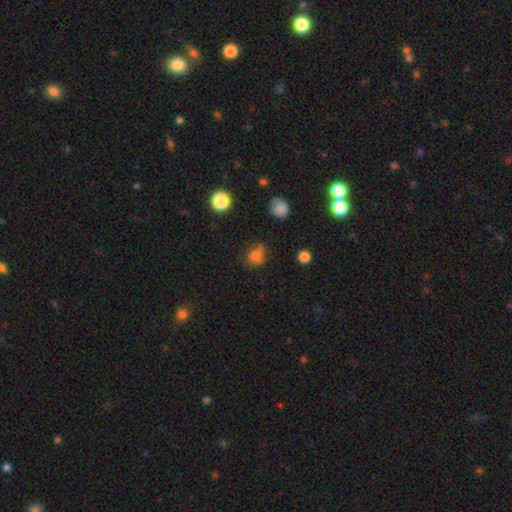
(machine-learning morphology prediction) Smooth or featured? Predicted: smooth (p=0.74). How rounded? Predicted: round (p=0.57). Merging? Predicted: none (p=0.54).